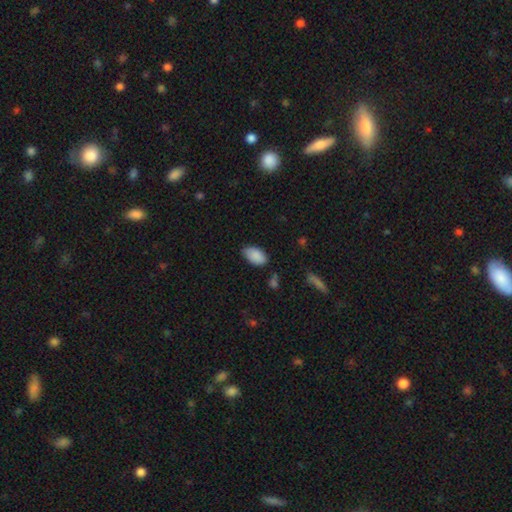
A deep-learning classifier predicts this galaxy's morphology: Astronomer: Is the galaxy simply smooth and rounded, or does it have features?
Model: smooth — 89%.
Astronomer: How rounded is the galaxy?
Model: in between — 94%.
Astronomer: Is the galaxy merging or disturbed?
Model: none — 76%.